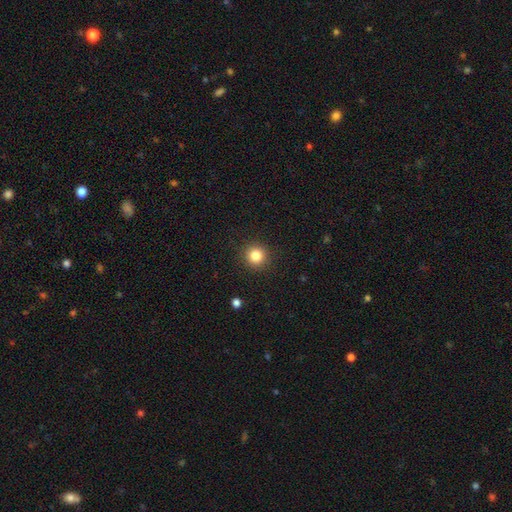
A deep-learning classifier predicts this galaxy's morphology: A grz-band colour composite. It shows a smooth galaxy with no disk features (83%) that is round (95%). Merging: none (92%).